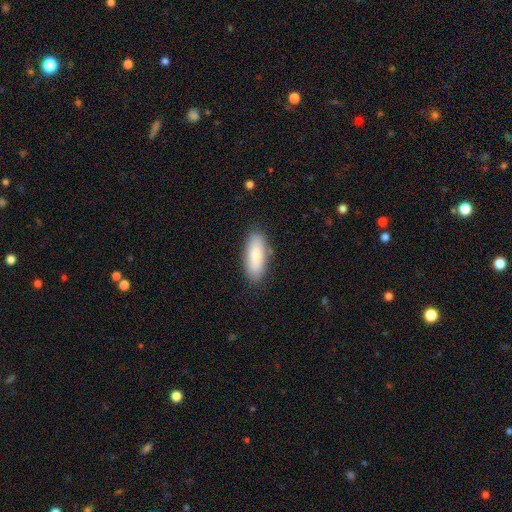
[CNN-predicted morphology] A smooth galaxy with no disk features (84%) that is in between round and cigar-shaped (74%).

Vote fractions:
- Smooth or featured? smooth: 84% / featured or disk: 11% / star or artifact: 6%
- How rounded? in between: 74% / cigar-shaped: 24% / round: 2%
- Merging? none: 85% / minor disturbance: 11% / major disturbance: 3% / merger: 2%